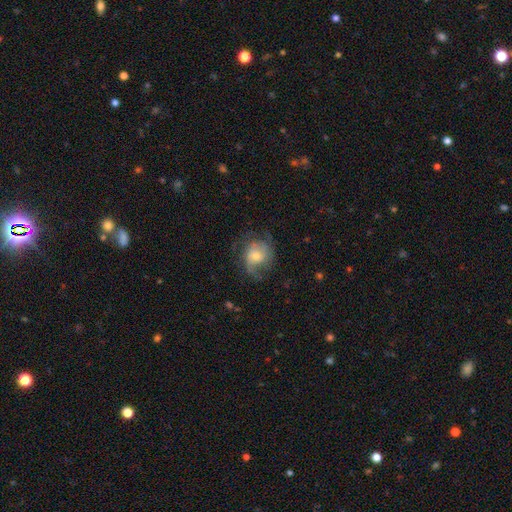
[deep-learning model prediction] Smooth or featured? featured or disk (55%)
Edge-on disk? no (96%)
Bar? no (71%)
Spiral arms? yes (81%)
Bulge size? moderate (51%)
Merging? none (56%)